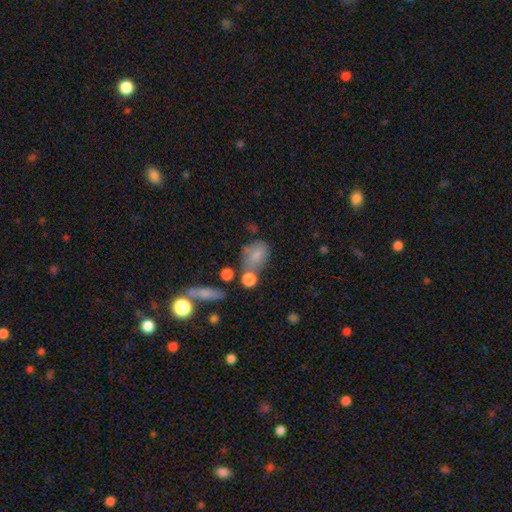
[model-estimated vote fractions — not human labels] Morphology: type=smooth (75%); roundness=in between (70%); merging=none (43%).